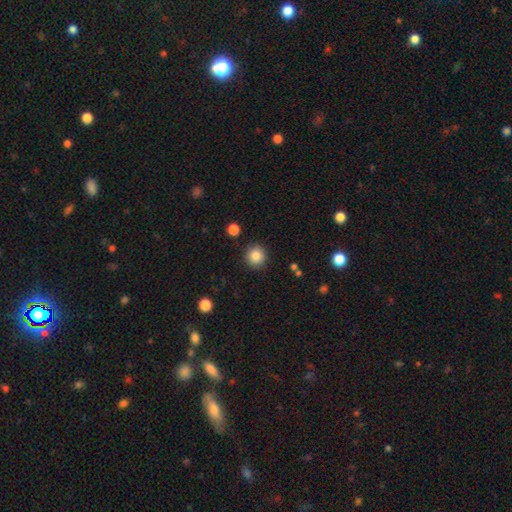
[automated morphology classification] type=smooth (85%); roundness=round (93%); merging=none (90%).